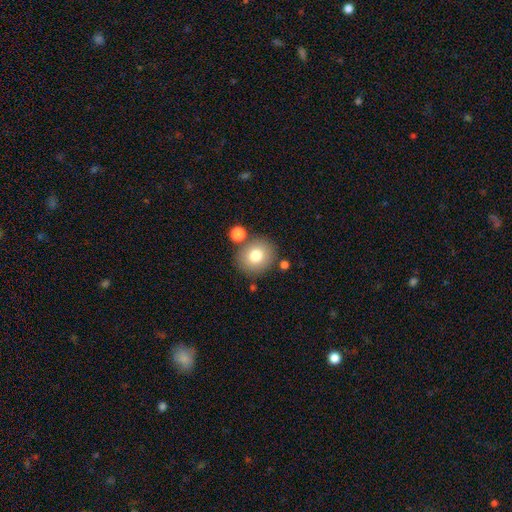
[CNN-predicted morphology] smooth-or-featured: smooth: 77% | featured or disk: 13% | star or artifact: 10%
  how-rounded: round: 84% | in between: 15% | cigar-shaped: 1%
  merging: none: 80% | minor disturbance: 9% | merger: 7% | major disturbance: 3%